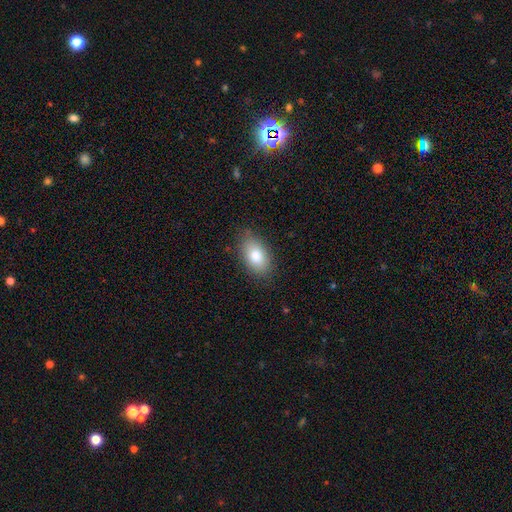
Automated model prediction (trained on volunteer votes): This is clearly a smooth galaxy (81%). How rounded: clearly in between (91%). Merging: clearly none (82%).